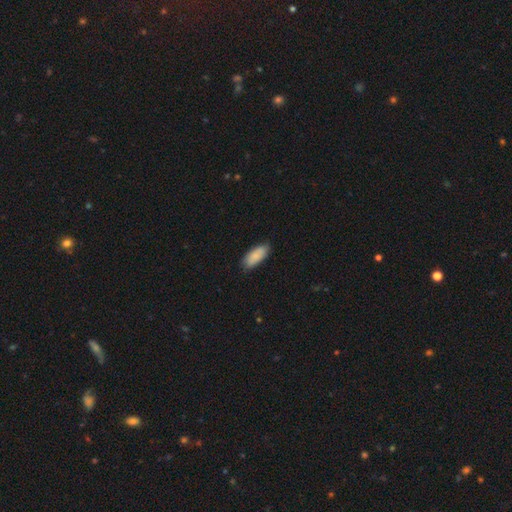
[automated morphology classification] Q: Smooth or featured?
A: smooth (87%); runner-up: featured or disk (7%)
Q: How rounded?
A: in between (82%); runner-up: cigar-shaped (16%)
Q: Merging?
A: none (81%); runner-up: minor disturbance (16%)